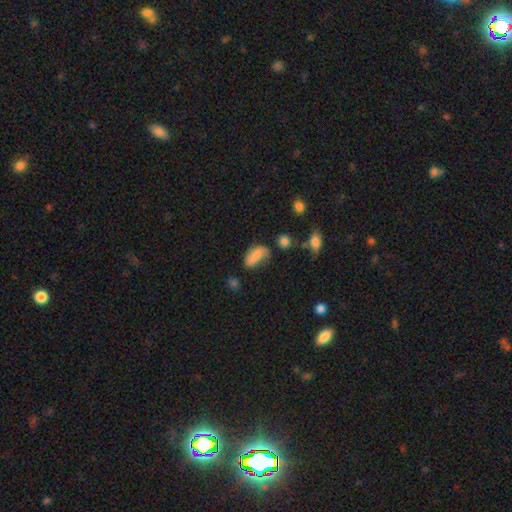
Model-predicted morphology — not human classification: smooth_or_featured: smooth (p=0.69) [alt: featured or disk p=0.21]
how_rounded: in between (p=0.86) [alt: cigar-shaped p=0.08]
merging: none (p=0.45) [alt: minor disturbance p=0.32]